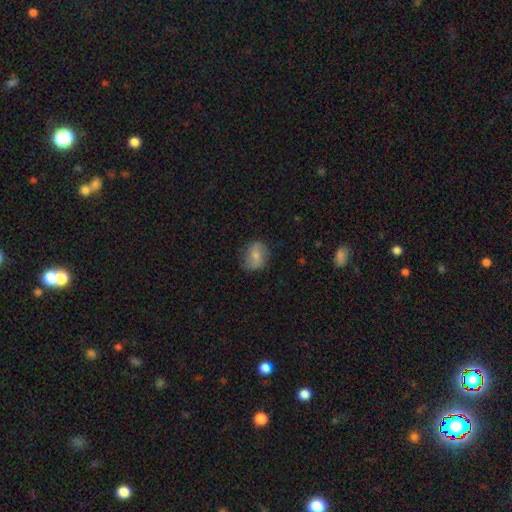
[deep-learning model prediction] Q: Smooth or featured?
A: smooth (62%); runner-up: featured or disk (30%)
Q: How rounded?
A: round (51%); runner-up: in between (48%)
Q: Merging?
A: none (72%); runner-up: minor disturbance (21%)